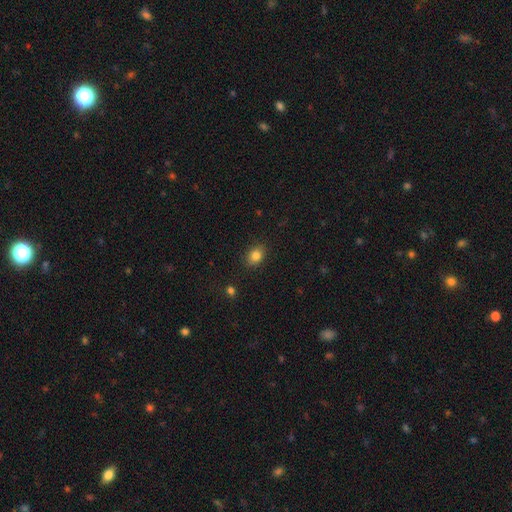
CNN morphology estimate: Smooth or featured? smooth (83%)
How rounded? in between (60%)
Merging? none (86%)